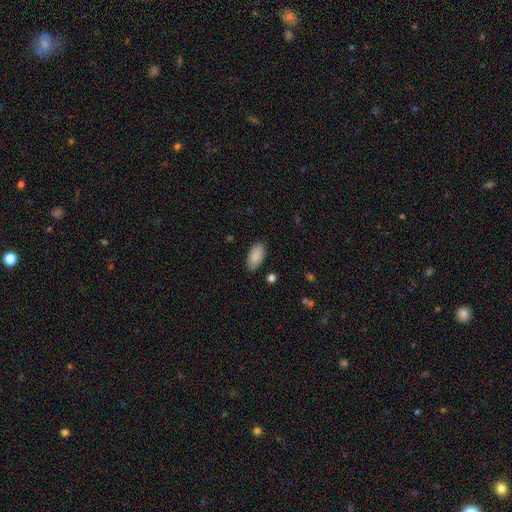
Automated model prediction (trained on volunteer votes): A smooth galaxy with no disk features (89%) that is in between round and cigar-shaped (94%).

Vote fractions:
- Smooth or featured? smooth: 89% / star or artifact: 6% / featured or disk: 5%
- How rounded? in between: 94% / cigar-shaped: 3% / round: 2%
- Merging? none: 84% / minor disturbance: 12% / major disturbance: 3% / merger: 1%